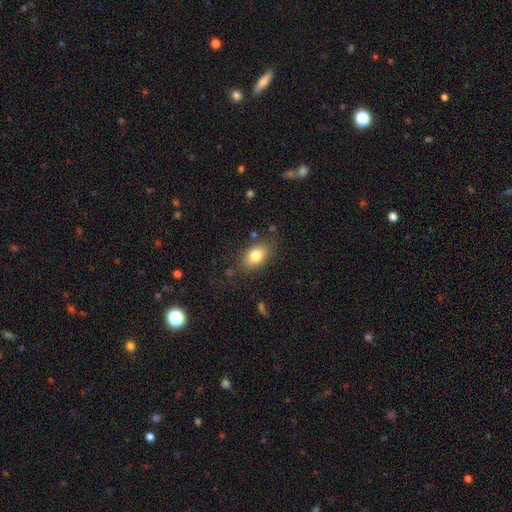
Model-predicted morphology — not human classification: A smooth galaxy with no disk features (80%) that is in between round and cigar-shaped (85%). Merging: none (78%).